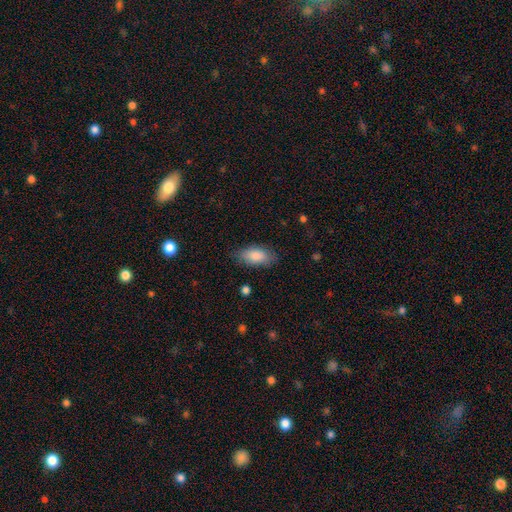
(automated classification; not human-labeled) Smooth or featured? Predicted: smooth (p=0.86). How rounded? Predicted: in between (p=0.90). Merging? Predicted: none (p=0.79).